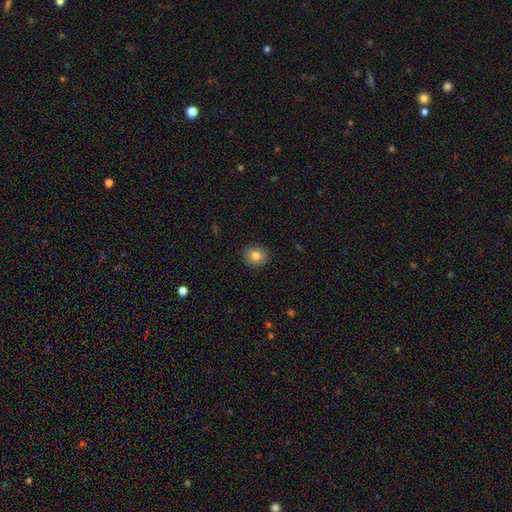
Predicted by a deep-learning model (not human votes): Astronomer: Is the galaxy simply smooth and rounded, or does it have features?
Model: smooth — 80%.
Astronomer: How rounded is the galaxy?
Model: round — 82%.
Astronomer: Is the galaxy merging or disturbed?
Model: none — 90%.